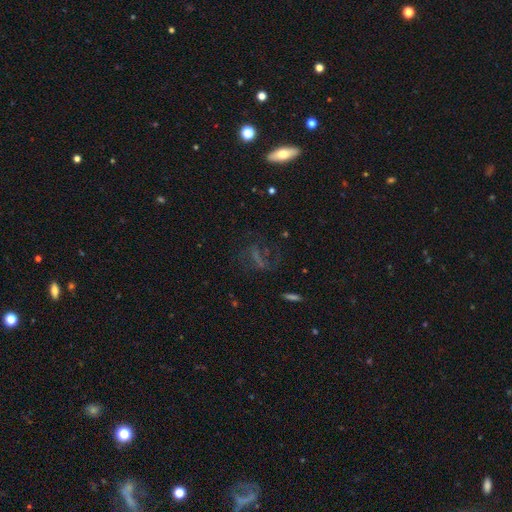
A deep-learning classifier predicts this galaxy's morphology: Smooth or featured? star or artifact (37%)